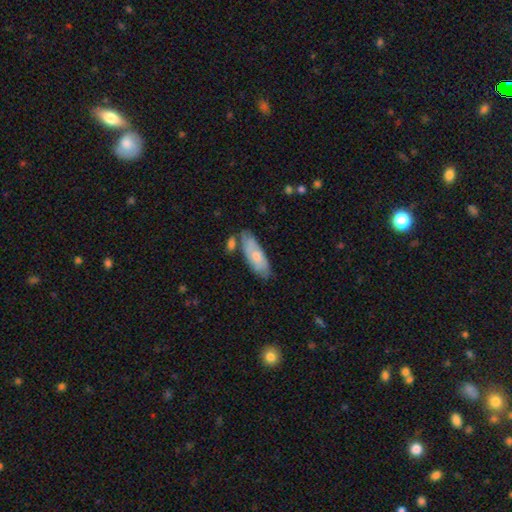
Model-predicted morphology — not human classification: Smooth or featured? smooth (63%)
How rounded? in between (73%)
Merging? none (63%)